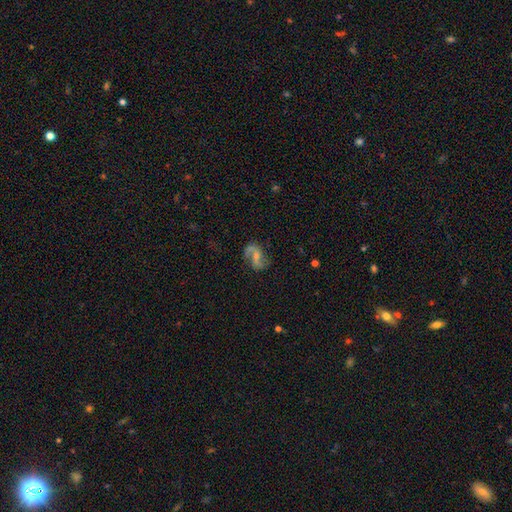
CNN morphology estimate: type=featured or disk (81%); edge-on=no (97%); bar=weak (45%); spiral arms=yes (94%); winding=loose (61%); arm count=2 (89%); bulge=small (51%); merging=none (68%).